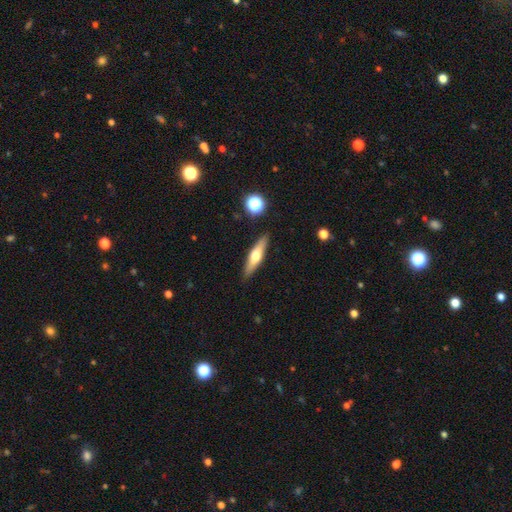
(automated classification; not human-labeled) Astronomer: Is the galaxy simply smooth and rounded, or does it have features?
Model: featured or disk — 49% (runner-up: smooth, 44%).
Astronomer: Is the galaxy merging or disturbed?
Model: none — 89%.